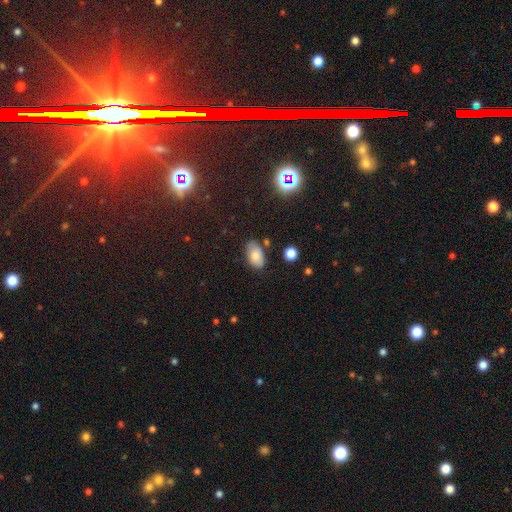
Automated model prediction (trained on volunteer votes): smooth 77%, featured or disk 13%, star or artifact 11%. Down the decision tree: how rounded — in between (92%); merging — none (72%).